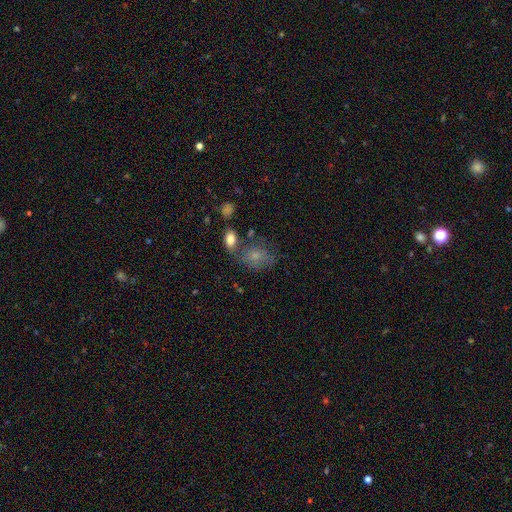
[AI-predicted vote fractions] smooth 67%, featured or disk 21%, star or artifact 12%. Down the decision tree: how rounded — in between (65%); merging — none (48%).